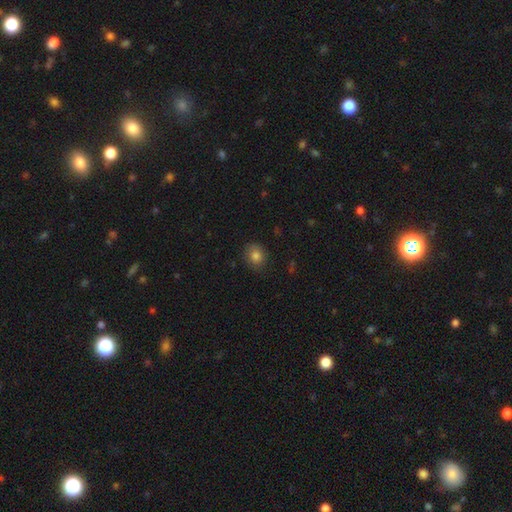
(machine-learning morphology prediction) Smooth or featured? Predicted: smooth (p=0.82). How rounded? Predicted: round (p=0.62). Merging? Predicted: none (p=0.85).